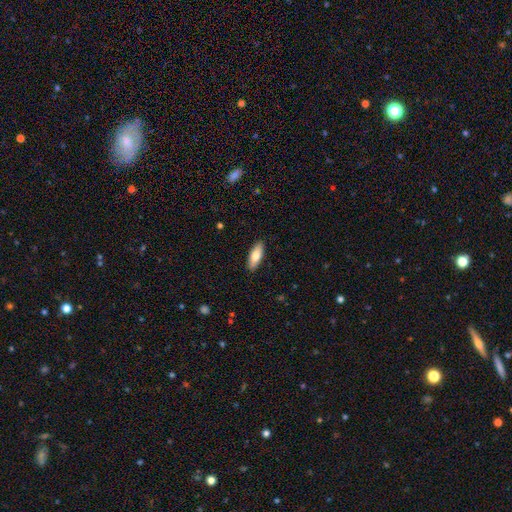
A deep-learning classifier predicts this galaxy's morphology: This is likely a smooth galaxy (76%). How rounded: likely in between (70%). Merging: clearly none (90%).